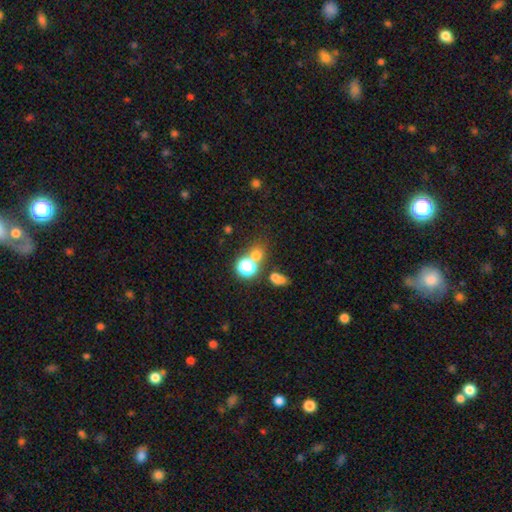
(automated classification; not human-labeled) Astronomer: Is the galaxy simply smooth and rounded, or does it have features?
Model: smooth — 63%.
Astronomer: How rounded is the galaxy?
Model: round — 81%.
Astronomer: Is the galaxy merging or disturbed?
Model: none — 60%.